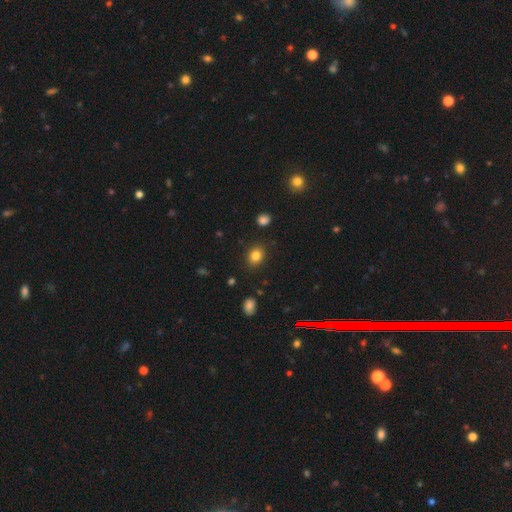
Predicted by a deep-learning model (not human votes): Smooth or featured?
  - smooth: 83% *
  - star or artifact: 11%
  - featured or disk: 6%
How rounded?
  - in between: 51% *
  - round: 48%
  - cigar-shaped: 1%
Merging?
  - none: 86% *
  - minor disturbance: 10%
  - major disturbance: 3%
  - merger: 2%